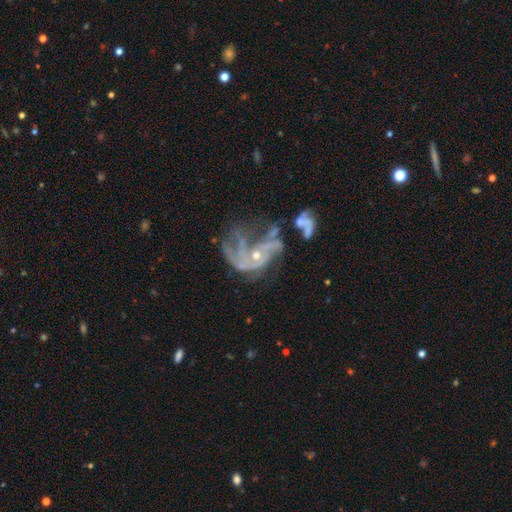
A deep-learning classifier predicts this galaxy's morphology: Q: Smooth or featured?
A: featured or disk (81%); runner-up: star or artifact (11%)
Q: Edge-on disk?
A: no (97%); runner-up: yes (3%)
Q: Bar?
A: no (74%); runner-up: weak (21%)
Q: Spiral arms?
A: yes (83%); runner-up: no (17%)
Q: Spiral winding?
A: loose (42%); runner-up: medium (38%)
Q: Spiral arm count?
A: 3 (28%); runner-up: can't tell (25%)
Q: Bulge size?
A: small (63%); runner-up: moderate (29%)
Q: Merging?
A: major disturbance (40%); runner-up: merger (25%)